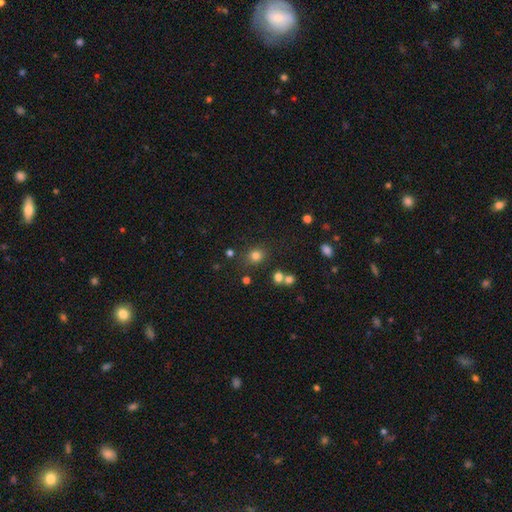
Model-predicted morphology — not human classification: Smooth or featured? smooth (78%)
How rounded? round (72%)
Merging? none (77%)